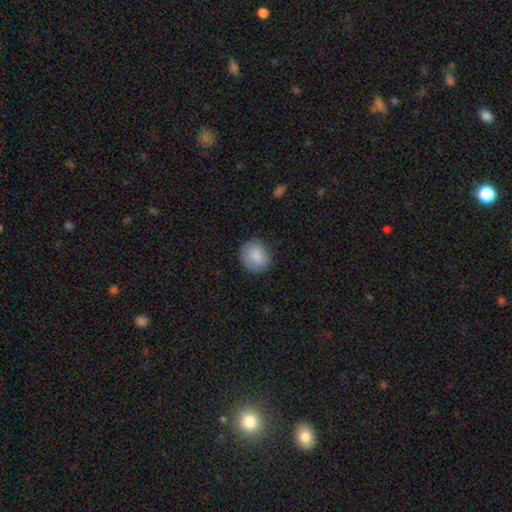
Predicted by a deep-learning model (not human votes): smooth-or-featured: smooth: 86% | featured or disk: 8% | star or artifact: 7%
  how-rounded: round: 81% | in between: 18% | cigar-shaped: 1%
  merging: none: 80% | minor disturbance: 15% | major disturbance: 4% | merger: 1%